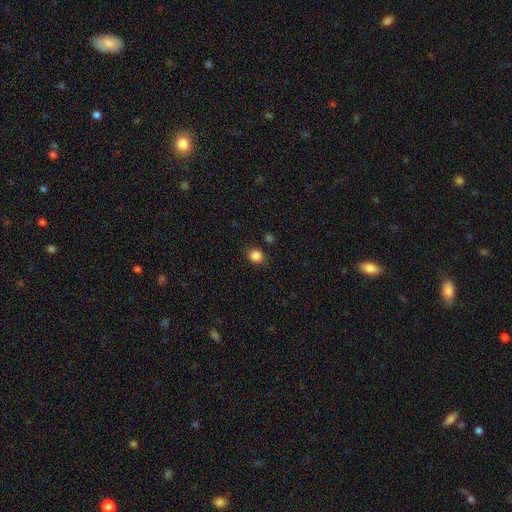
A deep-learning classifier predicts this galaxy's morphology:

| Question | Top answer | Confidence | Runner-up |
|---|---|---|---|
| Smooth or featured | smooth | 86% | star or artifact (11%) |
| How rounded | round | 68% | in between (31%) |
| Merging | none | 83% | minor disturbance (11%) |